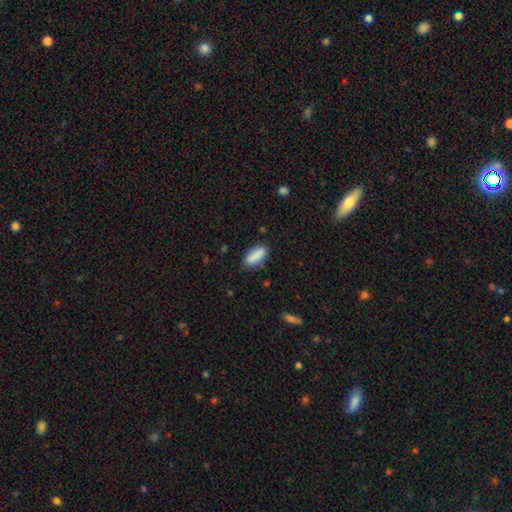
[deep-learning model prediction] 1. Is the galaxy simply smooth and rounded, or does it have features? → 88% smooth, 7% star or artifact, 5% featured or disk.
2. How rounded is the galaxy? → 78% in between, 20% cigar-shaped, 2% round.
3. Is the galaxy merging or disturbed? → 82% none, 13% minor disturbance, 3% major disturbance, 2% merger.